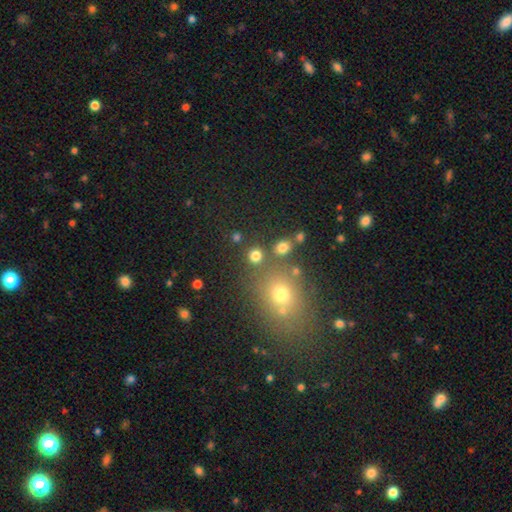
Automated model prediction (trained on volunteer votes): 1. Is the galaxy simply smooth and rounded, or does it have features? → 78% smooth, 16% star or artifact, 7% featured or disk.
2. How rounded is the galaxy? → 85% round, 14% in between, 1% cigar-shaped.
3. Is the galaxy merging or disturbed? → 76% none, 13% merger, 8% minor disturbance, 4% major disturbance.